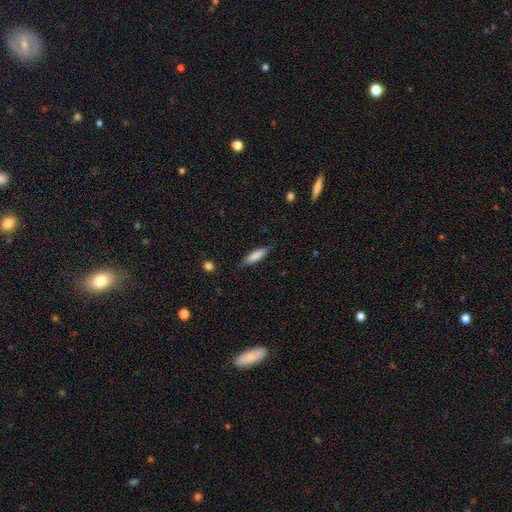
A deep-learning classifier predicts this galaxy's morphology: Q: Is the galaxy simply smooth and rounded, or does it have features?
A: smooth — 79%.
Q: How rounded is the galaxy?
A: cigar-shaped — 63%.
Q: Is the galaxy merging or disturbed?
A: none — 80%.